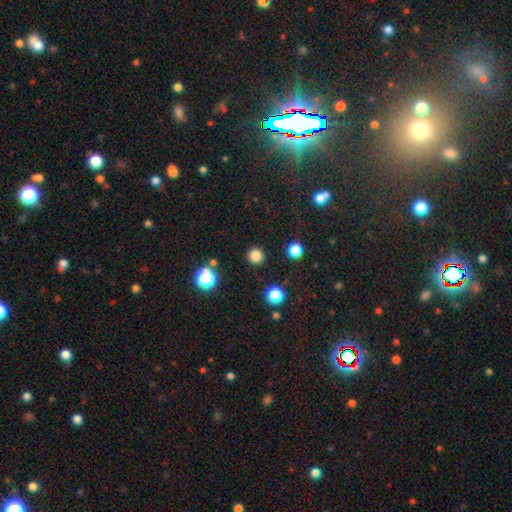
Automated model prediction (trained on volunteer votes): Overall: smooth (82%). How rounded: round (95%). Merging: none (91%).